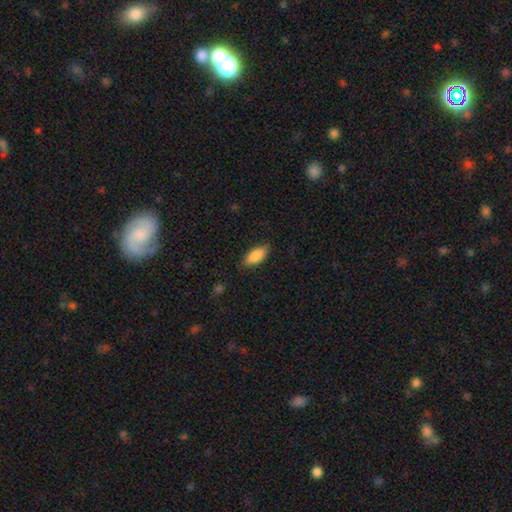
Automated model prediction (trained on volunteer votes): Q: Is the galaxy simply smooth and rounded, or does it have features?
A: smooth — 87%.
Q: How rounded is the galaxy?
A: in between — 83%.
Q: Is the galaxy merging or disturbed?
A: none — 82%.